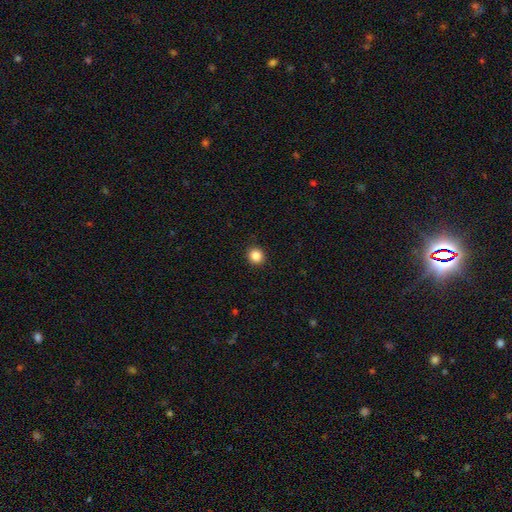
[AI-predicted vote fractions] Smooth or featured: smooth — 86% (star or artifact — 11%)
How rounded: round — 91% (in between — 8%)
Merging: none — 93% (minor disturbance — 5%)